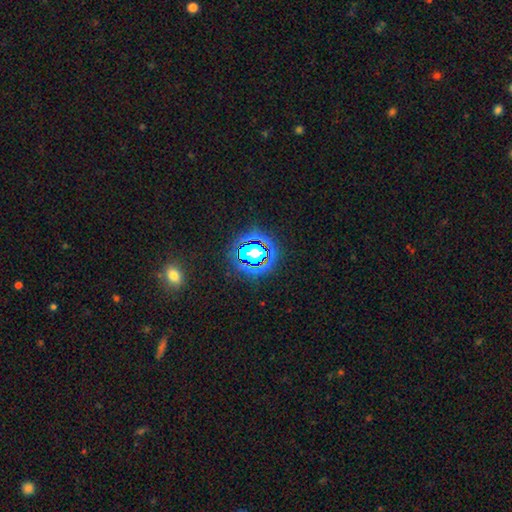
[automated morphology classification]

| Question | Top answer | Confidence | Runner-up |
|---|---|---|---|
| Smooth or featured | star or artifact | 76% | smooth (15%) |